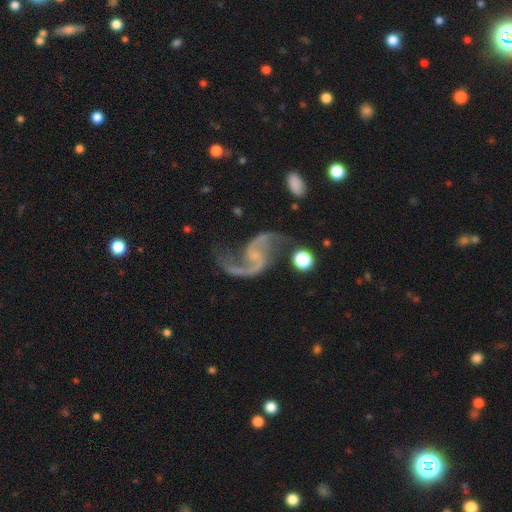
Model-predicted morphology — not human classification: Smooth or featured? featured or disk (92%)
Edge-on disk? no (98%)
Bar? no (50%)
Spiral arms? yes (98%)
Spiral winding? loose (66%)
Spiral arm count? 2 (94%)
Bulge size? small (50%)
Merging? none (68%)